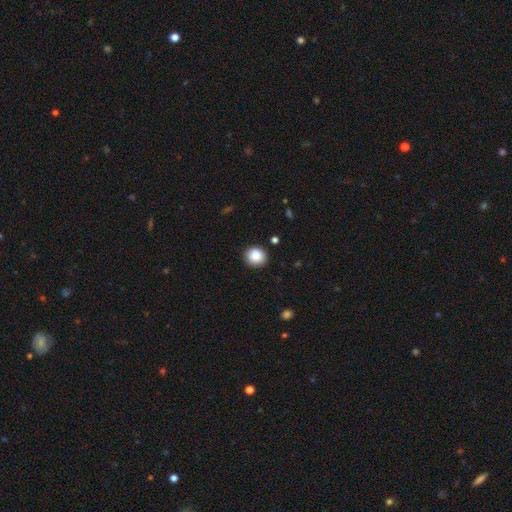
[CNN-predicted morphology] smooth 87%, star or artifact 9%, featured or disk 4%. Down the decision tree: how rounded — round (88%); merging — none (88%).